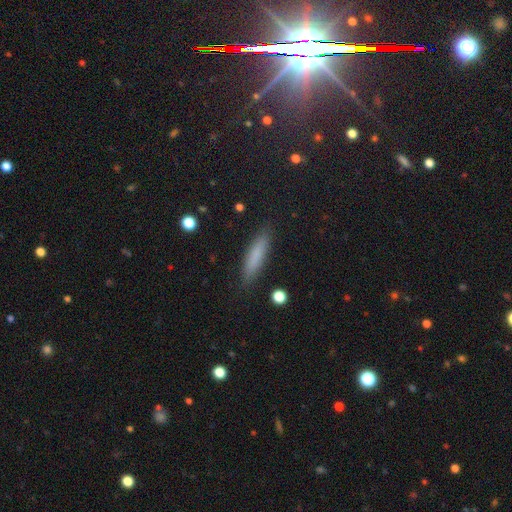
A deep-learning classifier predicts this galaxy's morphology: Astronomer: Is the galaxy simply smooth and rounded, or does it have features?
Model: smooth — 77%.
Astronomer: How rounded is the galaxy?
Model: cigar-shaped — 79%.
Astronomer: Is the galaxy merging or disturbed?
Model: none — 88%.